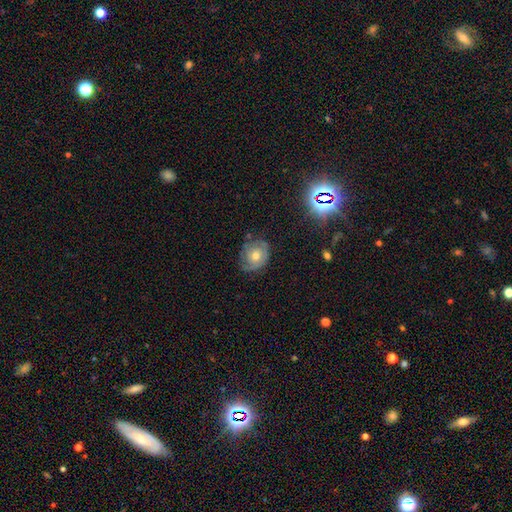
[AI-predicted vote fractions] Morphology: type=featured or disk (54%); edge-on=no (96%); bar=no (85%); spiral arms=yes (77%); bulge=moderate (67%); merging=none (66%).